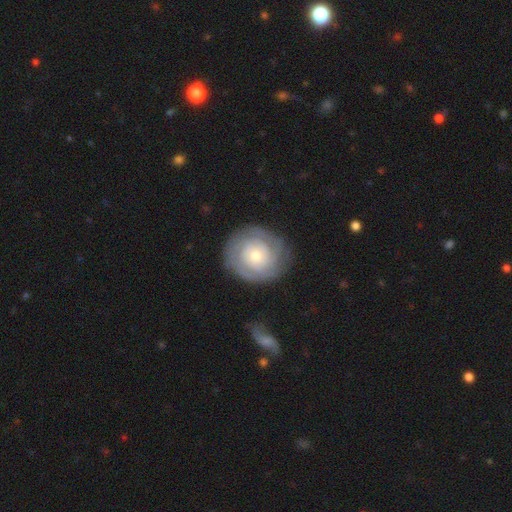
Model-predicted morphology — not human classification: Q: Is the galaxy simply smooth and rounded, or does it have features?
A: featured or disk — 67%.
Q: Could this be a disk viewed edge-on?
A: no — 97%.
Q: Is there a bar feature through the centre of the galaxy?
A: no — 83%.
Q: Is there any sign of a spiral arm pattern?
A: yes — 82%.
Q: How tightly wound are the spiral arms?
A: tight — 77%.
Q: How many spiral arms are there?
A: can't tell — 44%.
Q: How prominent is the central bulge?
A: small — 52%.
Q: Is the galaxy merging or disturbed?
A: none — 81%.